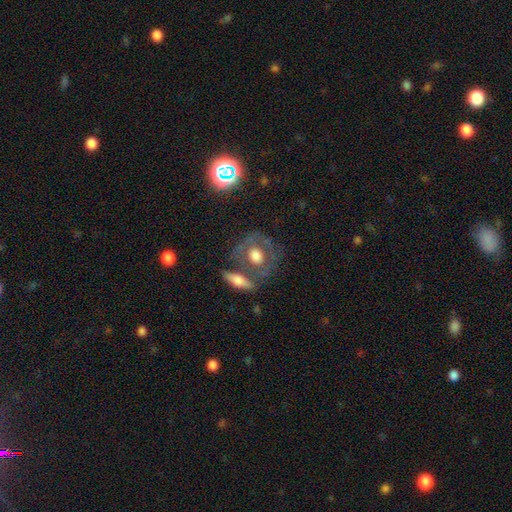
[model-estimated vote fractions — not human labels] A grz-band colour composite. It shows a smooth galaxy with no disk features (49%). Merging: none (61%).